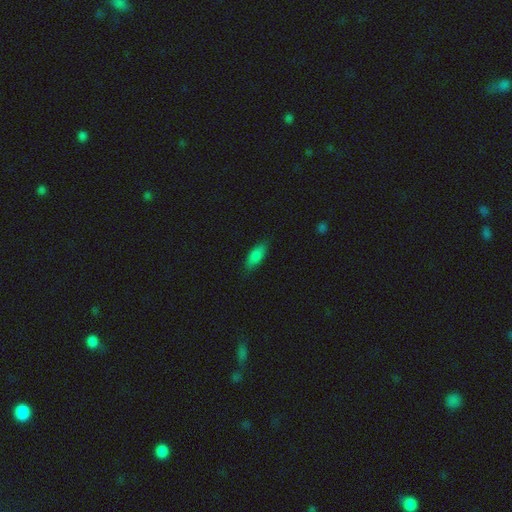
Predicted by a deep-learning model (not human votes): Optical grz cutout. It shows a smooth galaxy with no disk features (84%) that is in between round and cigar-shaped (77%). Merging: none (80%).